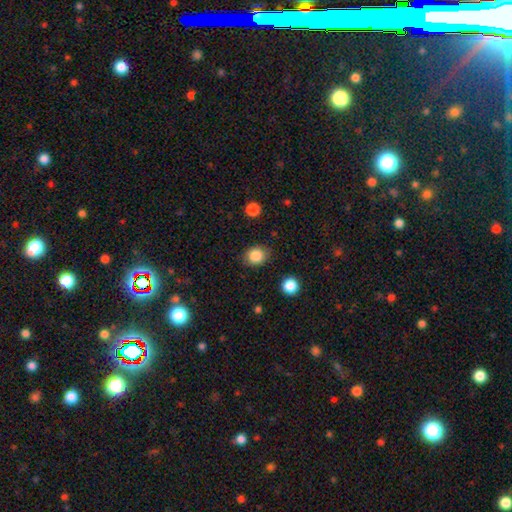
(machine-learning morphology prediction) smooth 85%, star or artifact 10%, featured or disk 5%. Down the decision tree: how rounded — round (70%); merging — none (84%).